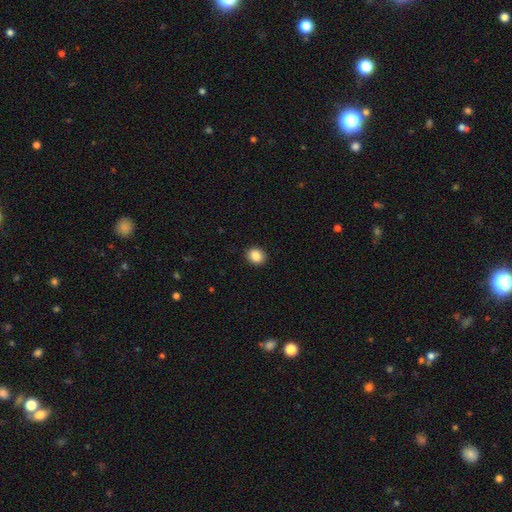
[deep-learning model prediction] Smooth or featured: smooth — 87% (star or artifact — 9%)
How rounded: round — 66% (in between — 33%)
Merging: none — 92% (minor disturbance — 6%)